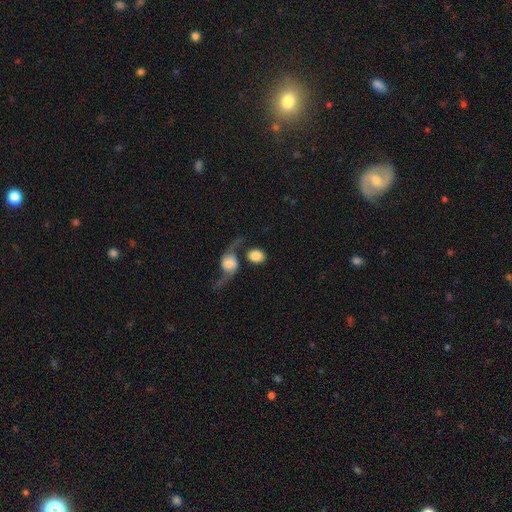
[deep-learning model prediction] This appears to be a smooth galaxy with no disk features (70%) that is round (58%). Merging: none (43%).